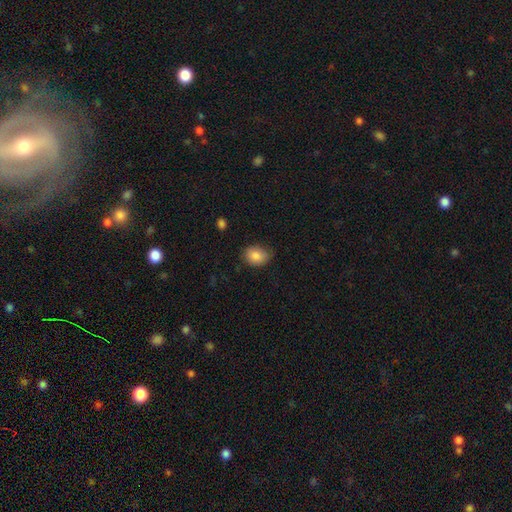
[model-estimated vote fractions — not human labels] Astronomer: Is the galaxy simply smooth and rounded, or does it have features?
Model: smooth — 86%.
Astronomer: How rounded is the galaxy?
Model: in between — 60% (runner-up: round, 39%).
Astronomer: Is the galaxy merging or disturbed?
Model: none — 74%.